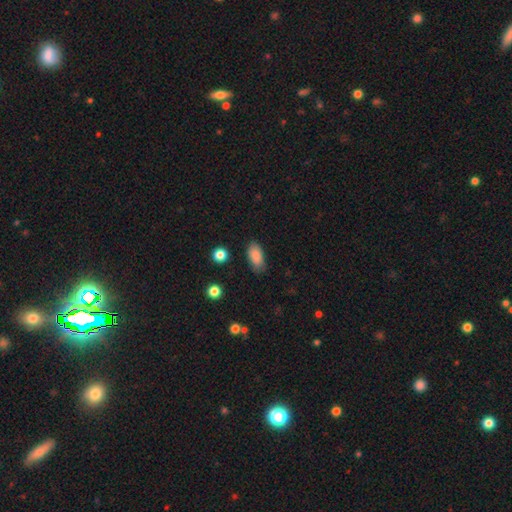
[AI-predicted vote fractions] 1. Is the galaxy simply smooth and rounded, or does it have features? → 86% smooth, 8% star or artifact, 6% featured or disk.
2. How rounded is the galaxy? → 91% in between, 6% cigar-shaped, 4% round.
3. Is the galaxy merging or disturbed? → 81% none, 15% minor disturbance, 3% major disturbance, 2% merger.